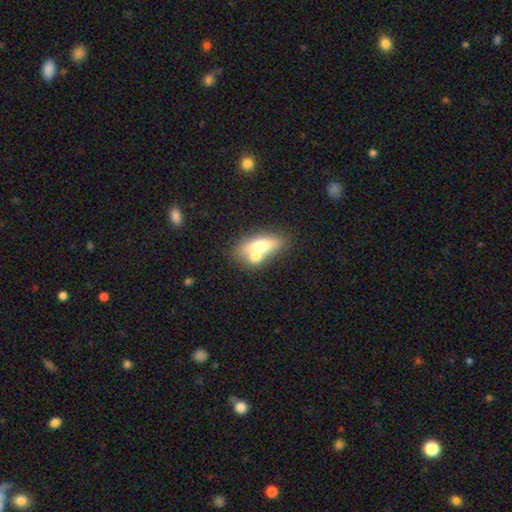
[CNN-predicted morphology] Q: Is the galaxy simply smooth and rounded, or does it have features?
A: smooth — 59%.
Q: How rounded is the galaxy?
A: in between — 73%.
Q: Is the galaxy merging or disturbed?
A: merger — 54%.